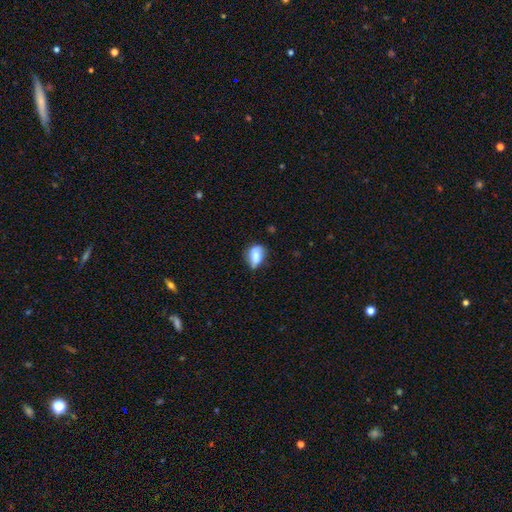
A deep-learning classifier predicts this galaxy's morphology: A smooth galaxy with no disk features (70%) that is in between round and cigar-shaped (76%).

Vote fractions:
- Smooth or featured? smooth: 70% / featured or disk: 21% / star or artifact: 9%
- How rounded? in between: 76% / round: 21% / cigar-shaped: 3%
- Merging? none: 55% / minor disturbance: 33% / major disturbance: 9% / merger: 3%